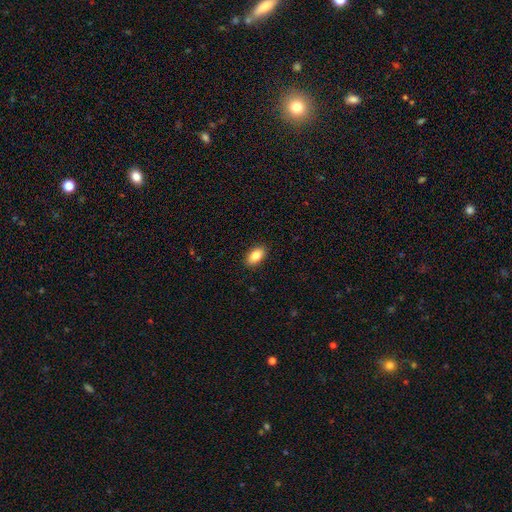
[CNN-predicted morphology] type=smooth (85%); roundness=in between (92%); merging=none (89%).